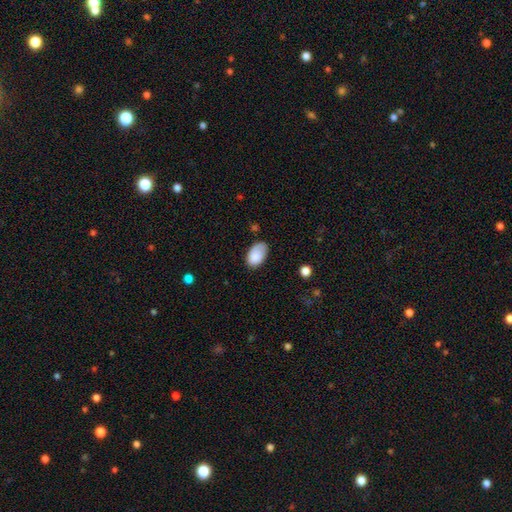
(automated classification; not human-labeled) The model was most divided on "merging": none: 66%, minor disturbance: 26%, major disturbance: 6%, merger: 2%. More confident: how rounded — in between (93%); smooth or featured — smooth (85%).